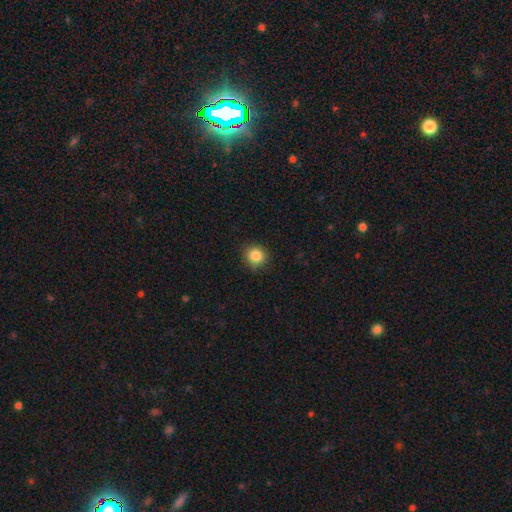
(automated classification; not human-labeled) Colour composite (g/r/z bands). It shows a smooth galaxy with no disk features (85%) that is round (89%). Merging: none (86%).